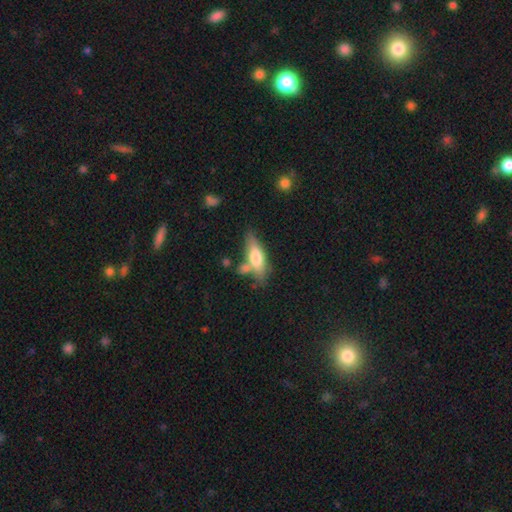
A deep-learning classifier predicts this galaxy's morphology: A smooth galaxy with no disk features (60%) that is in between round and cigar-shaped (49%). Merging: none (63%).